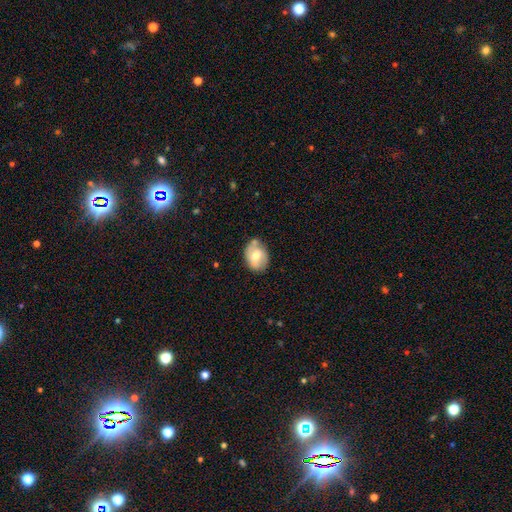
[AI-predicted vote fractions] smooth_or_featured: smooth (p=0.56) [alt: featured or disk p=0.36]
how_rounded: in between (p=0.67) [alt: round p=0.31]
merging: none (p=0.62) [alt: minor disturbance p=0.24]